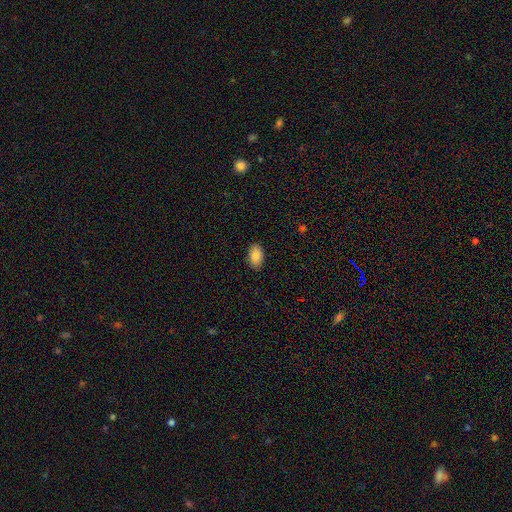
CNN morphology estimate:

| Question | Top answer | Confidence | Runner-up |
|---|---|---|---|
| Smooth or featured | smooth | 87% | star or artifact (7%) |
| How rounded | in between | 93% | round (5%) |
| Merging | none | 89% | minor disturbance (9%) |